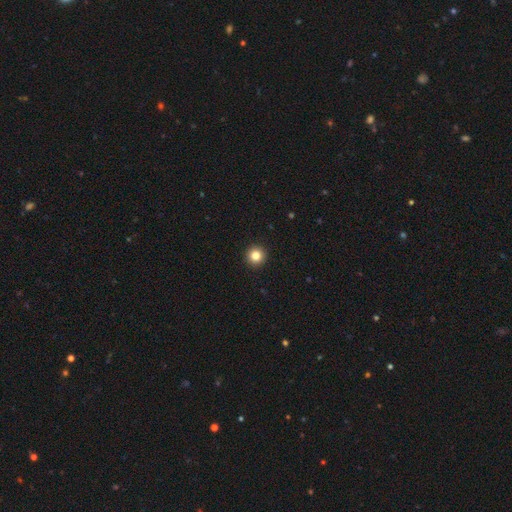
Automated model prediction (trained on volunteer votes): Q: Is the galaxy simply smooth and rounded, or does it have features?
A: smooth — 83%.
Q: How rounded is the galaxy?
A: round — 96%.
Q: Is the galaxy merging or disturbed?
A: none — 94%.